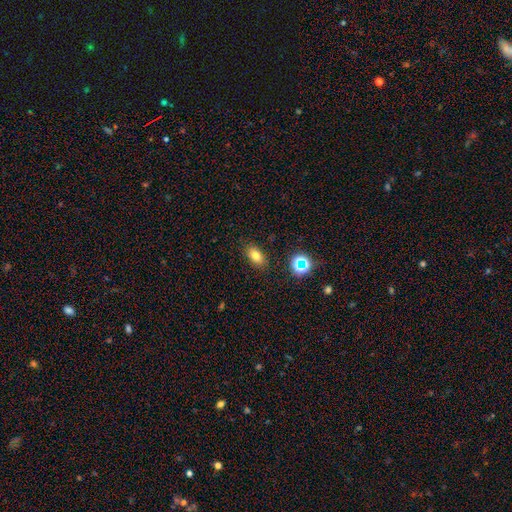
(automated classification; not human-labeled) Smooth or featured?
  - smooth: 75% *
  - star or artifact: 14%
  - featured or disk: 11%
How rounded?
  - in between: 84% *
  - round: 12%
  - cigar-shaped: 4%
Merging?
  - none: 86% *
  - minor disturbance: 10%
  - major disturbance: 3%
  - merger: 2%